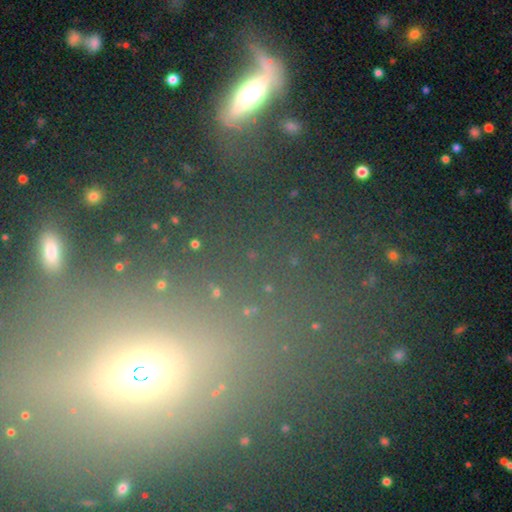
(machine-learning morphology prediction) The model was most divided on "smooth or featured": smooth: 46%, star or artifact: 34%, featured or disk: 20%. More confident: merging — none (62%).